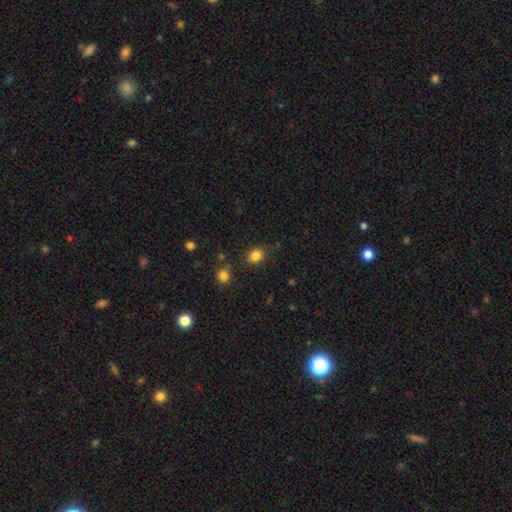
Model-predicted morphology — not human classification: smooth 84%, star or artifact 12%, featured or disk 4%. Down the decision tree: how rounded — round (57%); merging — none (80%).